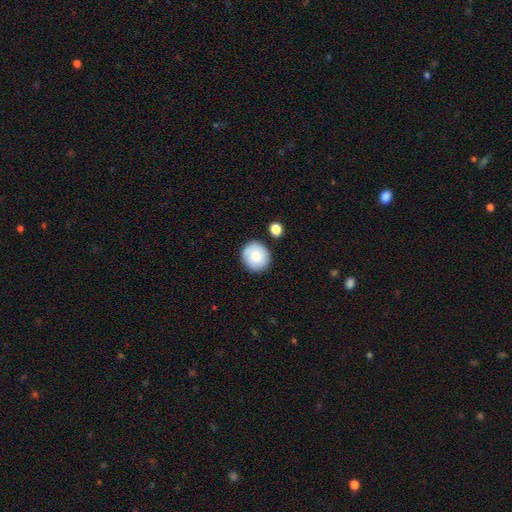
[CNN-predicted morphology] The model was most divided on "smooth or featured": smooth: 78%, featured or disk: 15%, star or artifact: 7%. More confident: how rounded — round (90%); merging — none (83%).